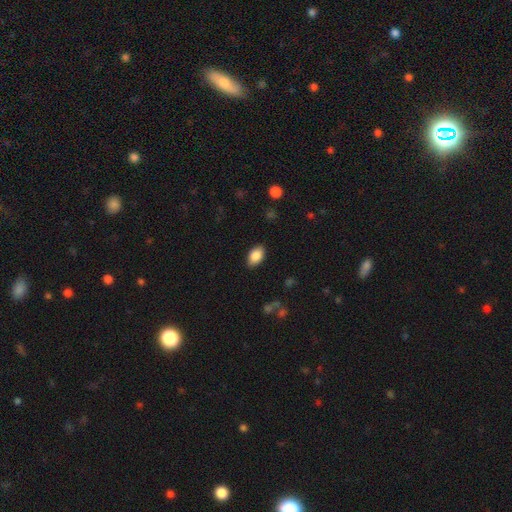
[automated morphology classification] type=smooth (87%); roundness=in between (91%); merging=none (86%).